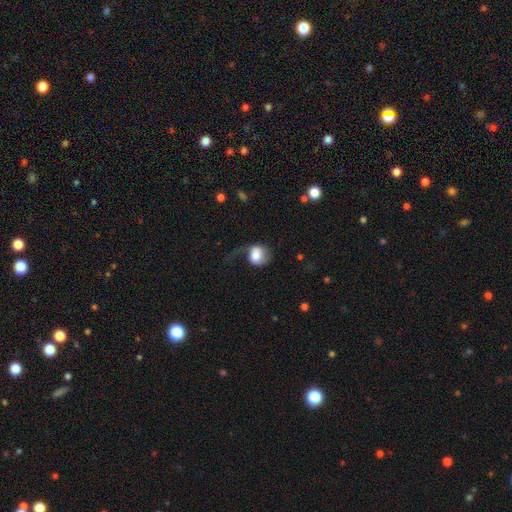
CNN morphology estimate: Smooth or featured? smooth (69%)
How rounded? round (68%)
Merging? major disturbance (42%)